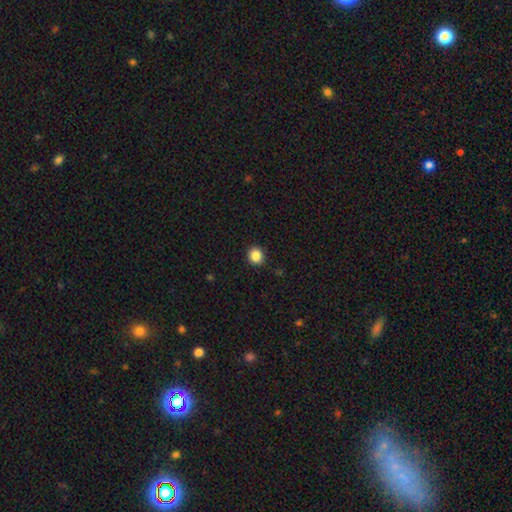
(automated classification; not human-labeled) A smooth galaxy with no disk features (86%) that is round (85%).

Vote fractions:
- Smooth or featured? smooth: 86% / star or artifact: 11% / featured or disk: 3%
- How rounded? round: 85% / in between: 14% / cigar-shaped: 1%
- Merging? none: 90% / minor disturbance: 7% / major disturbance: 2% / merger: 1%